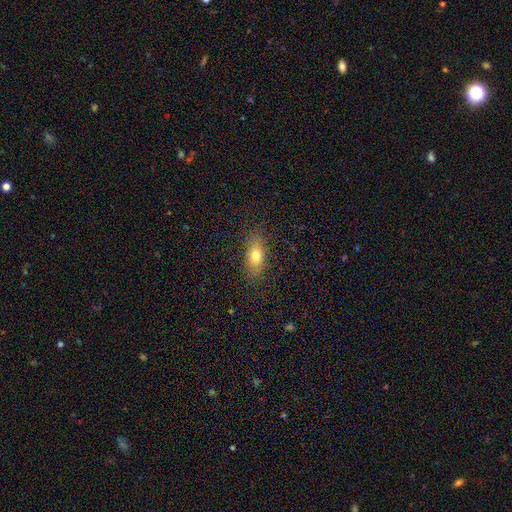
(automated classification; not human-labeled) smooth_or_featured: smooth (p=0.73) [alt: featured or disk p=0.17]
how_rounded: in between (p=0.80) [alt: cigar-shaped p=0.13]
merging: none (p=0.84) [alt: minor disturbance p=0.12]